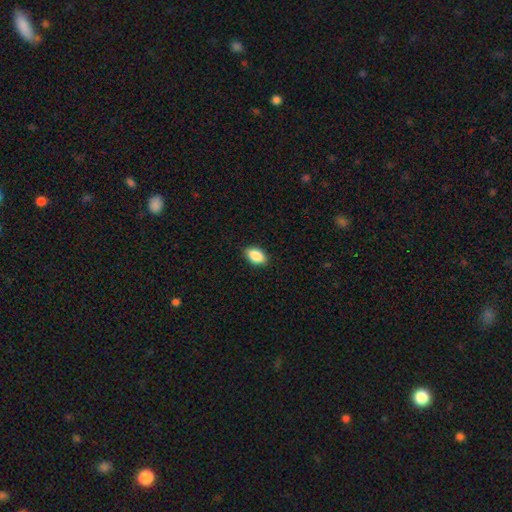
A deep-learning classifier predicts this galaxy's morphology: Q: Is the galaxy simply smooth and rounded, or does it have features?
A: smooth — 88%.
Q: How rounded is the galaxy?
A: in between — 91%.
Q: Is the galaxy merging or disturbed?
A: none — 88%.